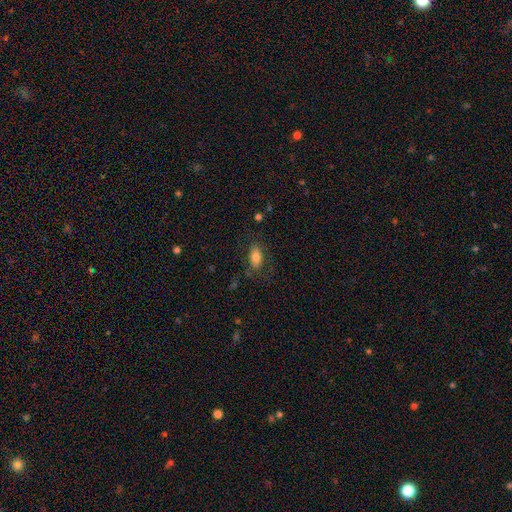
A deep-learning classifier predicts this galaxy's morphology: A smooth galaxy with no disk features (72%) that is in between round and cigar-shaped (88%).

Vote fractions:
- Smooth or featured? smooth: 72% / featured or disk: 16% / star or artifact: 11%
- How rounded? in between: 88% / cigar-shaped: 6% / round: 6%
- Merging? none: 74% / minor disturbance: 16% / major disturbance: 8% / merger: 2%